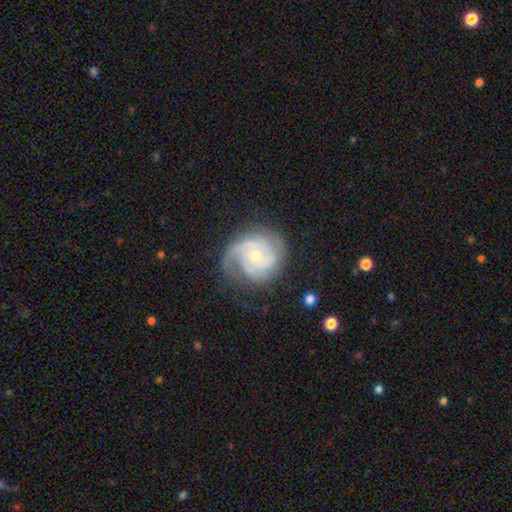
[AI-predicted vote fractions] Morphology: type=featured or disk (85%); edge-on=no (98%); bar=no (72%); spiral arms=yes (96%); winding=tight (56%); arm count=2 (39%); bulge=small (58%); merging=none (66%).